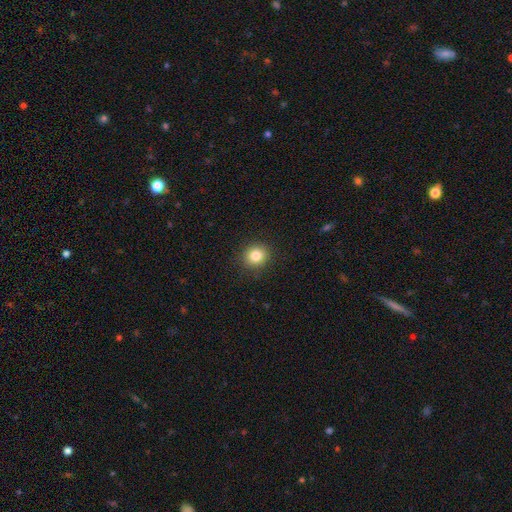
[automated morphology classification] A smooth galaxy with no disk features (83%) that is round (85%).

Vote fractions:
- Smooth or featured? smooth: 83% / star or artifact: 11% / featured or disk: 6%
- How rounded? round: 85% / in between: 14% / cigar-shaped: 1%
- Merging? none: 91% / minor disturbance: 6% / major disturbance: 2% / merger: 1%